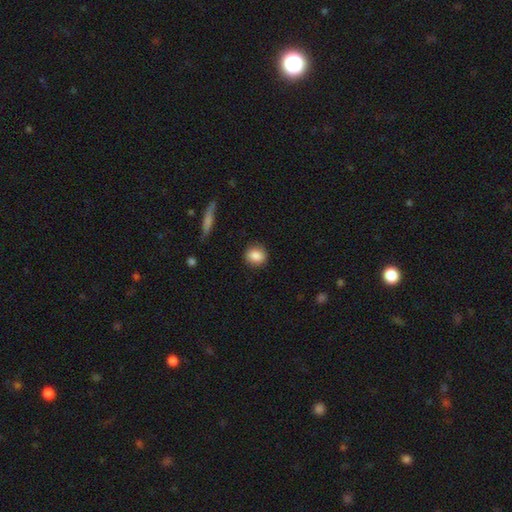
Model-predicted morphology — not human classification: type=smooth (86%); roundness=round (69%); merging=none (87%).